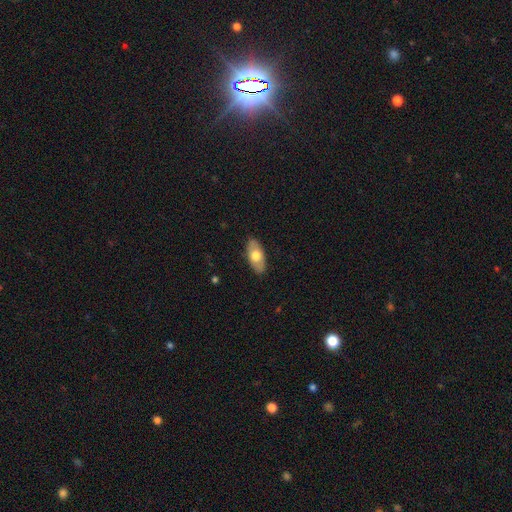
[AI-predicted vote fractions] Smooth or featured? Predicted: smooth (p=0.65). How rounded? Predicted: in between (p=0.90). Merging? Predicted: none (p=0.87).